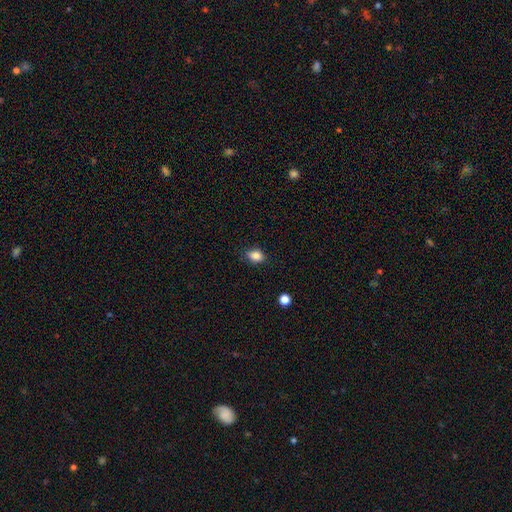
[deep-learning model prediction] Overall: smooth (86%). How rounded: in between (67%; round 32%). Merging: none (83%).